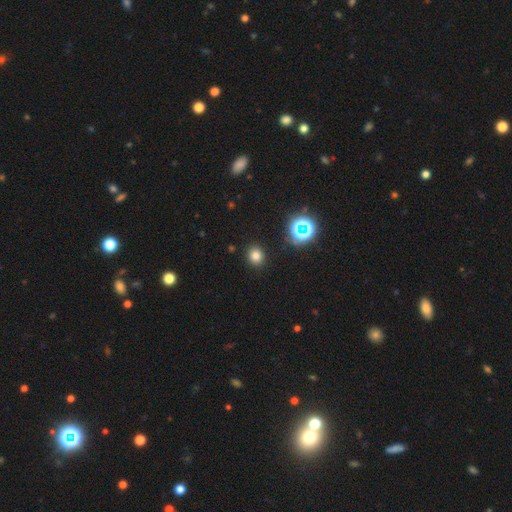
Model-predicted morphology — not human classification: This appears to be a smooth galaxy with no disk features (76%) that is round (79%). Merging: none (90%).